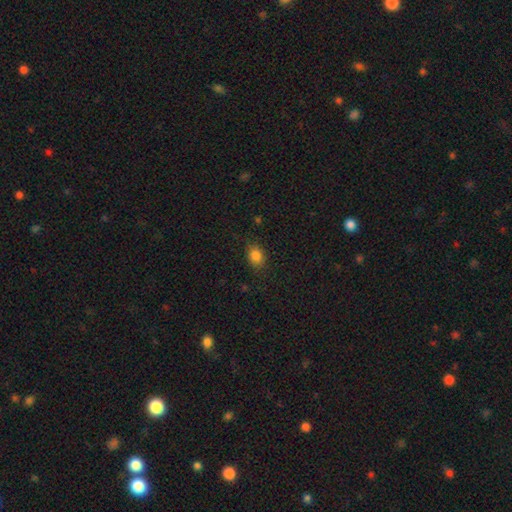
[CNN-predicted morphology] type=smooth (84%); roundness=in between (61%); merging=none (82%).